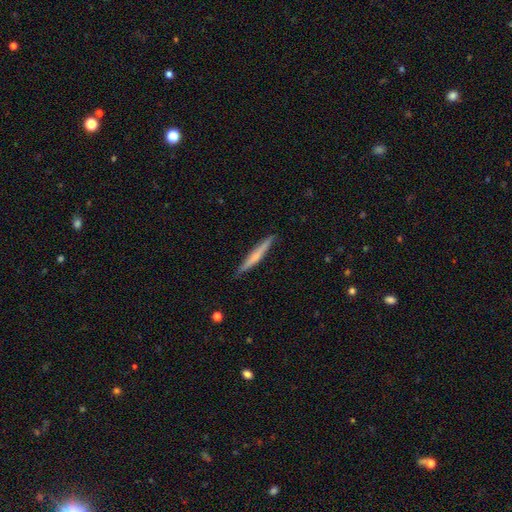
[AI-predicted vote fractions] Overall: smooth (48%; featured or disk 47%). Merging: none (90%).